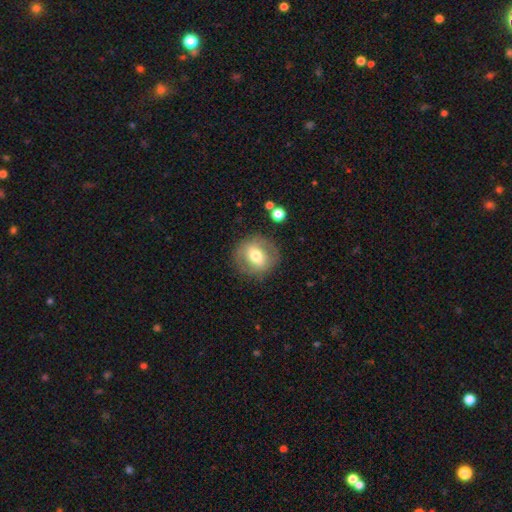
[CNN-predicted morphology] This is possibly a smooth galaxy (55%). How rounded: clearly round (82%). Merging: clearly none (82%).